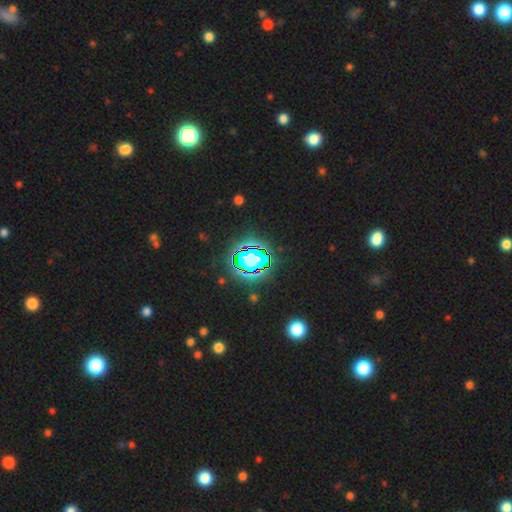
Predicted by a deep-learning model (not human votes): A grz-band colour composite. It shows a star or artifact, not a galaxy (76%).